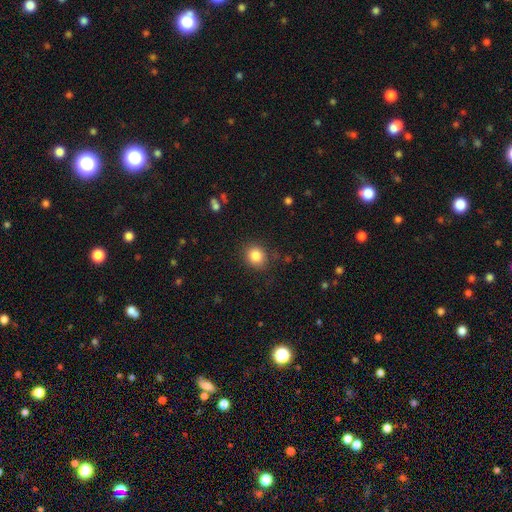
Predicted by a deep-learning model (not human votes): A smooth galaxy with no disk features (85%) that is round (76%).

Vote fractions:
- Smooth or featured? smooth: 85% / star or artifact: 10% / featured or disk: 5%
- How rounded? round: 76% / in between: 23% / cigar-shaped: 1%
- Merging? none: 84% / minor disturbance: 11% / major disturbance: 4% / merger: 1%